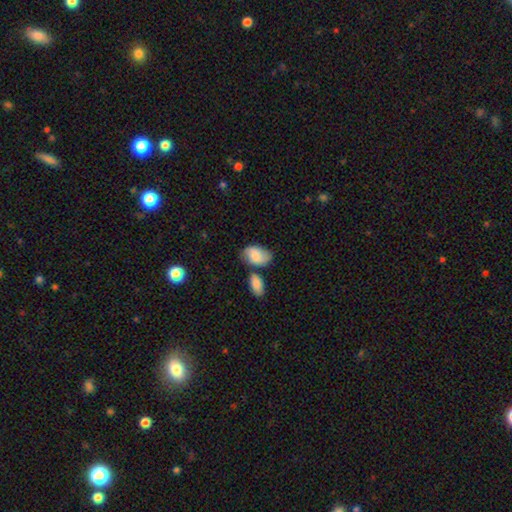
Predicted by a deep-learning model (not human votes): A smooth galaxy with no disk features (78%) that is in between round and cigar-shaped (91%). Merging: none (53%).